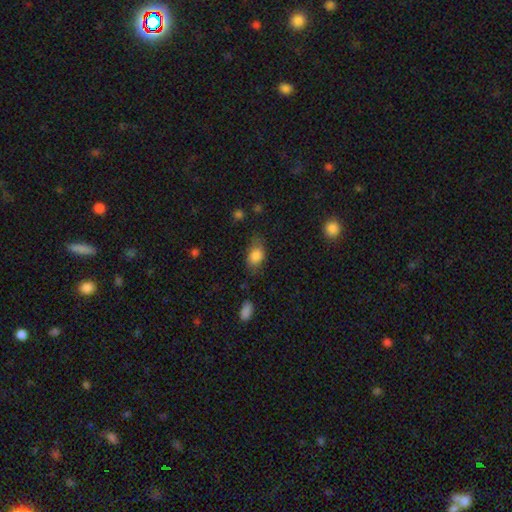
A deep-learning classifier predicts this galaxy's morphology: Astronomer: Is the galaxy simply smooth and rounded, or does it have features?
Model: smooth — 82%.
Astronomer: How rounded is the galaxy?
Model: in between — 82%.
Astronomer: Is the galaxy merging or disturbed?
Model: none — 61%.